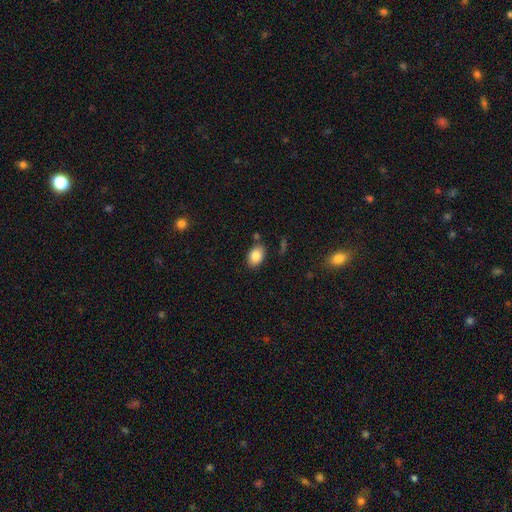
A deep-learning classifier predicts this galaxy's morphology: Smooth or featured?
  - smooth: 84% *
  - star or artifact: 8%
  - featured or disk: 8%
How rounded?
  - in between: 82% *
  - round: 17%
  - cigar-shaped: 1%
Merging?
  - none: 81% *
  - minor disturbance: 12%
  - merger: 4%
  - major disturbance: 3%